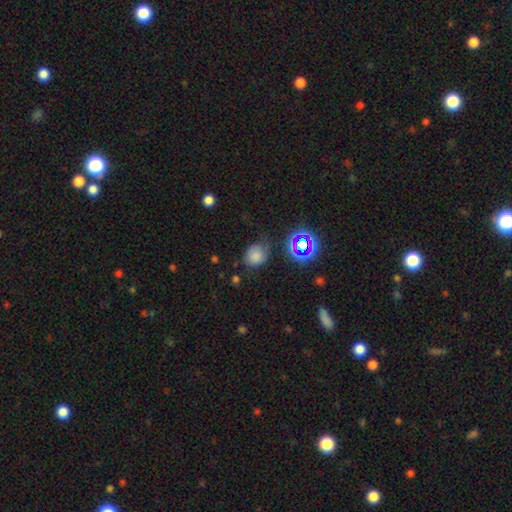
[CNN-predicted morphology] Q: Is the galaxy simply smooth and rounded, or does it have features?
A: smooth — 71%.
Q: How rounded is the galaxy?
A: round — 63%.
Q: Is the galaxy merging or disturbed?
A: none — 55%.